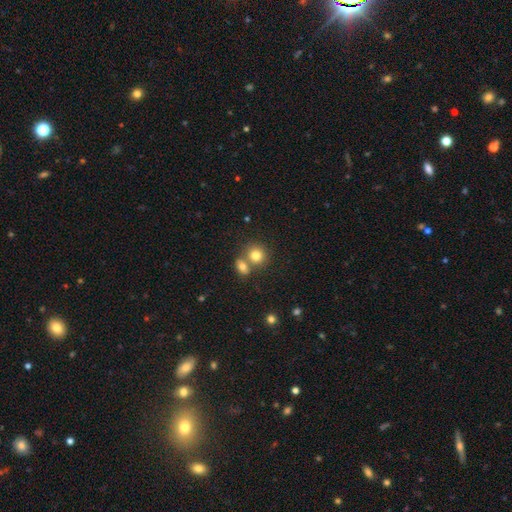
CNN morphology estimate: A smooth galaxy with no disk features (80%) that is round (78%).

Vote fractions:
- Smooth or featured? smooth: 80% / star or artifact: 11% / featured or disk: 9%
- How rounded? round: 78% / in between: 21% / cigar-shaped: 1%
- Merging? none: 50% / merger: 39% / minor disturbance: 8% / major disturbance: 3%